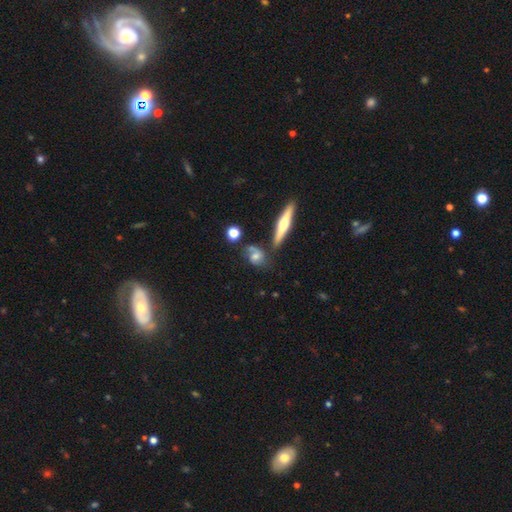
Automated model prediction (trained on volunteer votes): featured or disk 48%, smooth 41%, star or artifact 10%. Down the decision tree: merging — none (55%).